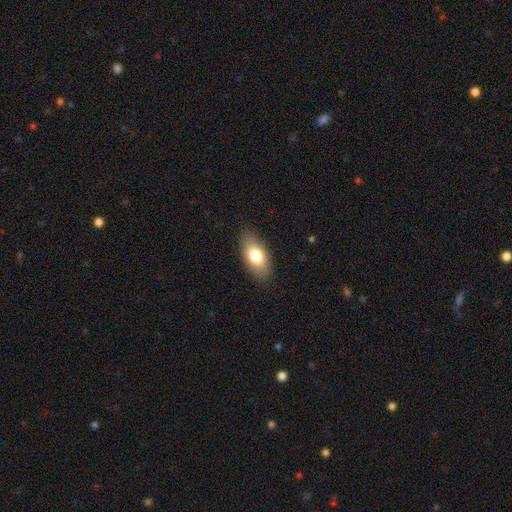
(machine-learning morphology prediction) smooth 76%, featured or disk 17%, star or artifact 7%. Down the decision tree: how rounded — in between (90%); merging — none (85%).